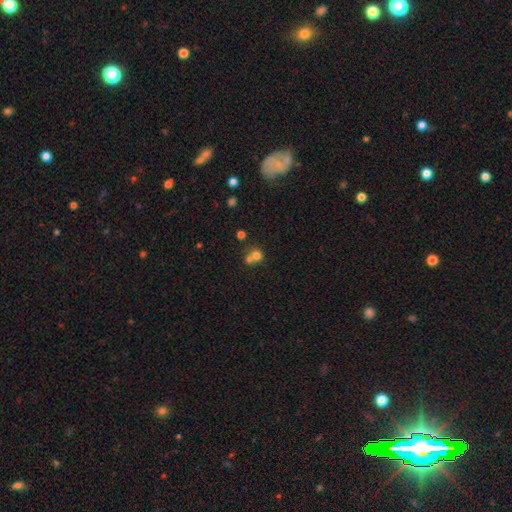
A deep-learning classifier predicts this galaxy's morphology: smooth_or_featured: smooth (p=0.71) [alt: star or artifact p=0.15]
how_rounded: round (p=0.83) [alt: in between p=0.16]
merging: merger (p=0.54) [alt: none p=0.38]